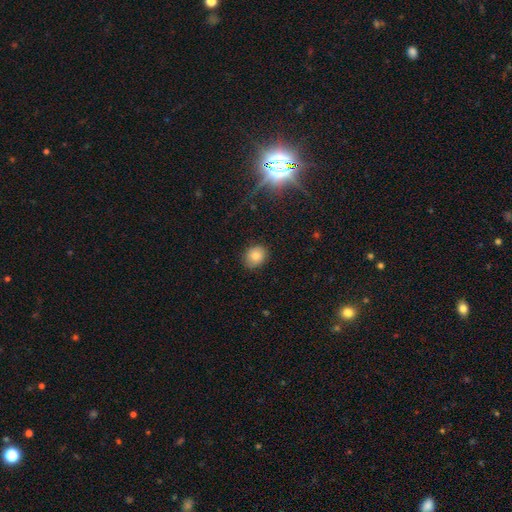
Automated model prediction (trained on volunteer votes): Smooth or featured? Predicted: smooth (p=0.80). How rounded? Predicted: round (p=0.64). Merging? Predicted: none (p=0.85).